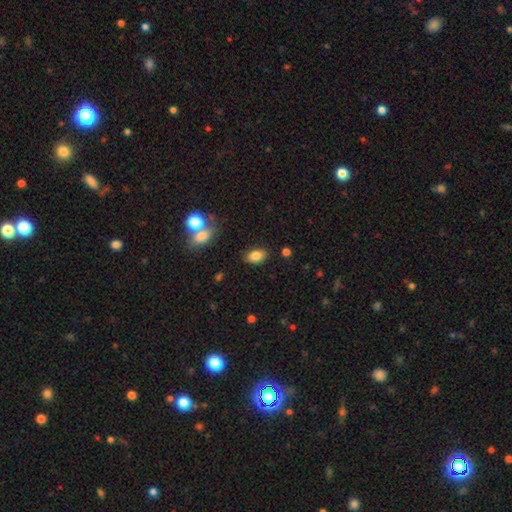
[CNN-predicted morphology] Smooth or featured? smooth (84%)
How rounded? in between (83%)
Merging? none (84%)